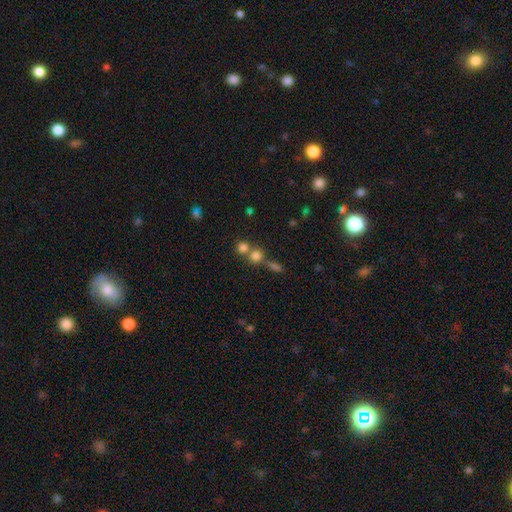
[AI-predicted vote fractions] Overall: smooth (74%). How rounded: round (88%). Merging: none (50%; merger 40%).